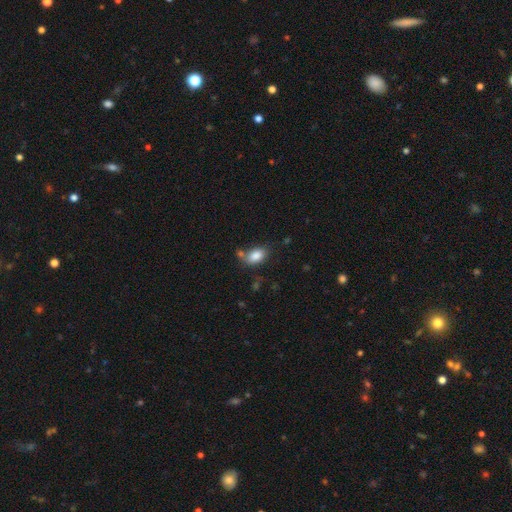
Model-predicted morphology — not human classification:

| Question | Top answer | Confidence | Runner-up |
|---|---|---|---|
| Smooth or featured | smooth | 85% | star or artifact (8%) |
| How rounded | in between | 89% | round (9%) |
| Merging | none | 63% | minor disturbance (17%) |